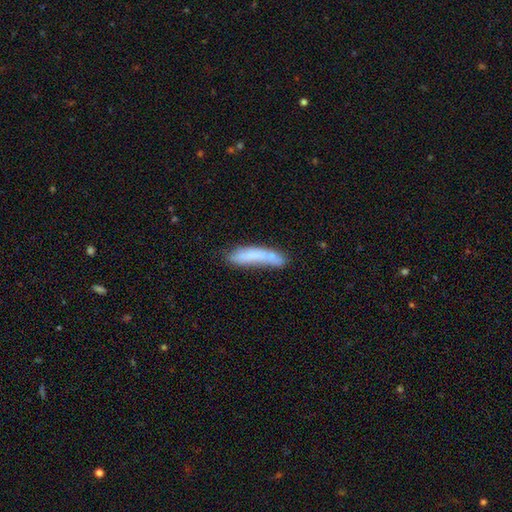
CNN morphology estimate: Smooth or featured?
  - smooth: 69% *
  - featured or disk: 23%
  - star or artifact: 8%
How rounded?
  - cigar-shaped: 79% *
  - in between: 20%
  - round: 2%
Merging?
  - none: 45% *
  - minor disturbance: 25%
  - merger: 18%
  - major disturbance: 12%